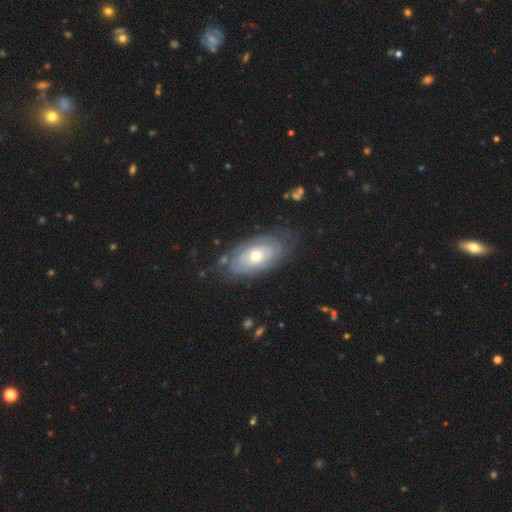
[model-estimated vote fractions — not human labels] A featured or disk galaxy (64%) with no bar (86%), spiral arms (57%) and a moderate central bulge (59%). Merging: none (71%).